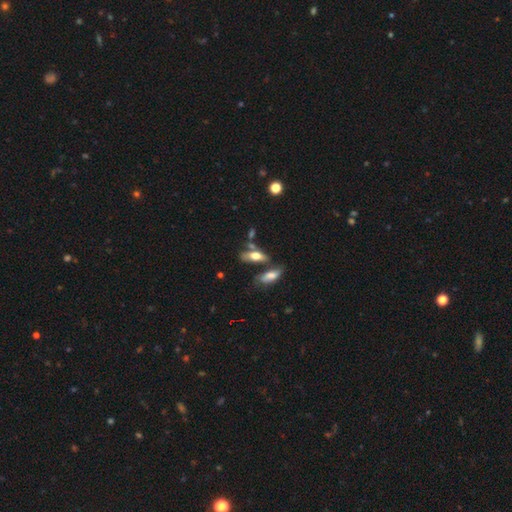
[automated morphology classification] Smooth or featured: smooth — 59% (featured or disk — 32%)
How rounded: in between — 69% (cigar-shaped — 27%)
Merging: none — 50% (merger — 27%)